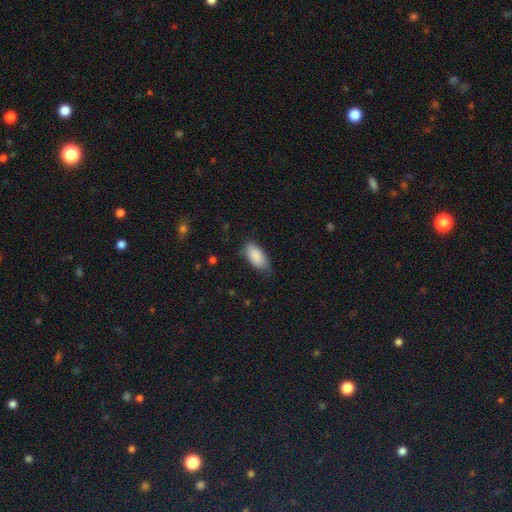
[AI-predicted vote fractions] This appears to be a smooth galaxy with no disk features (89%) that is in between round and cigar-shaped (92%). Merging: none (72%).